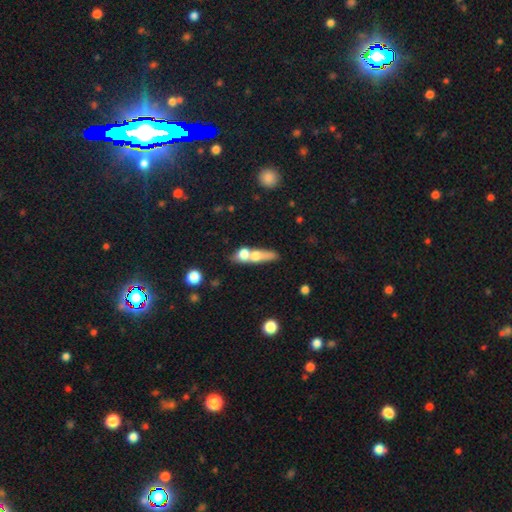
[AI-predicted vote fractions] This appears to be a smooth galaxy with no disk features (60%) that is cigar-shaped (48%). Merging: merger (54%).